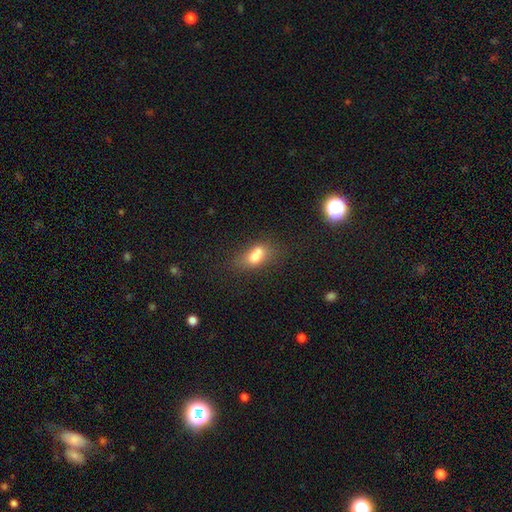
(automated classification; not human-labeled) A smooth galaxy with no disk features (68%) that is in between round and cigar-shaped (75%). Merging: merger (41%).